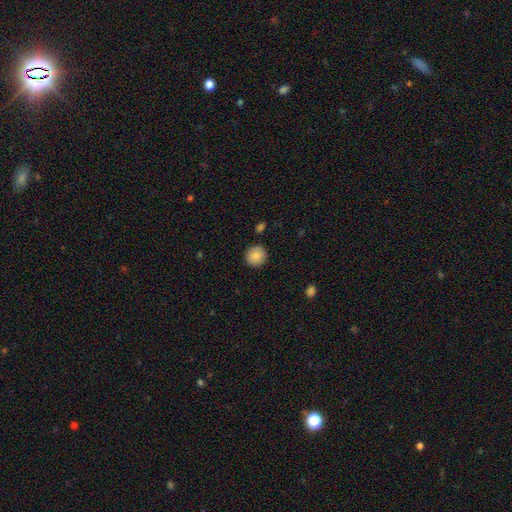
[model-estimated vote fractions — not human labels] This is clearly a smooth galaxy (86%). How rounded: clearly round (94%). Merging: clearly none (91%).